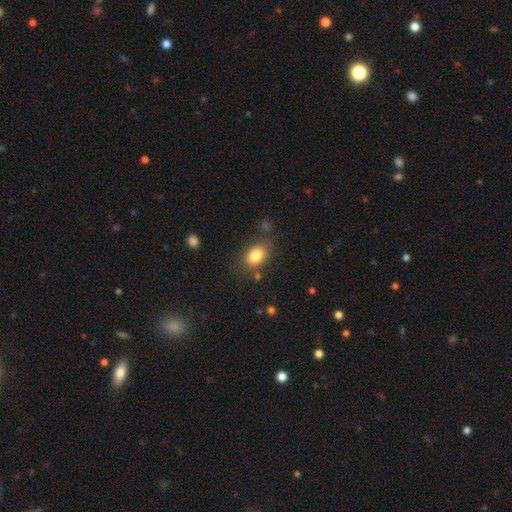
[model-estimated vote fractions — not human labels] The model was most divided on "how rounded": in between: 75%, round: 24%, cigar-shaped: 1%. More confident: smooth or featured — smooth (83%); merging — none (75%).